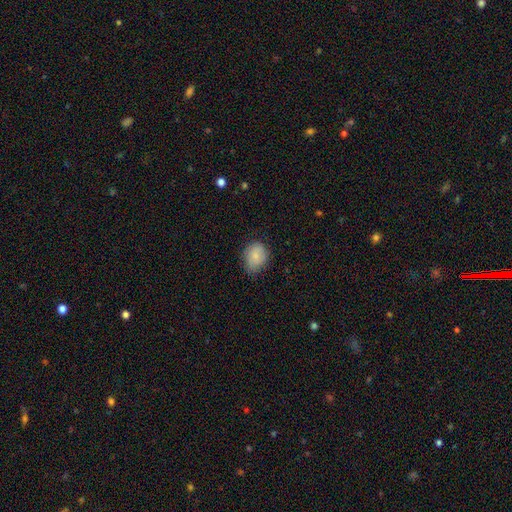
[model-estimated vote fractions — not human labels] The model was most divided on "how rounded": round: 51%, in between: 48%, cigar-shaped: 1%. More confident: smooth or featured — smooth (83%); merging — none (68%).